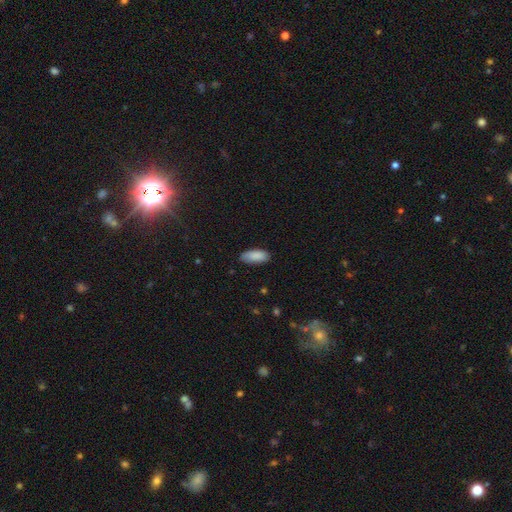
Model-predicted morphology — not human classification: A smooth galaxy with no disk features (89%) that is in between round and cigar-shaped (86%). Merging: none (81%).